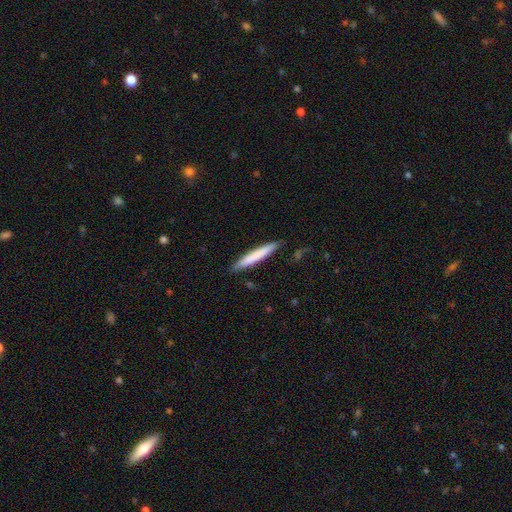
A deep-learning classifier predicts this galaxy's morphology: This appears to be a smooth galaxy with no disk features (74%) that is cigar-shaped (95%). Merging: none (87%).